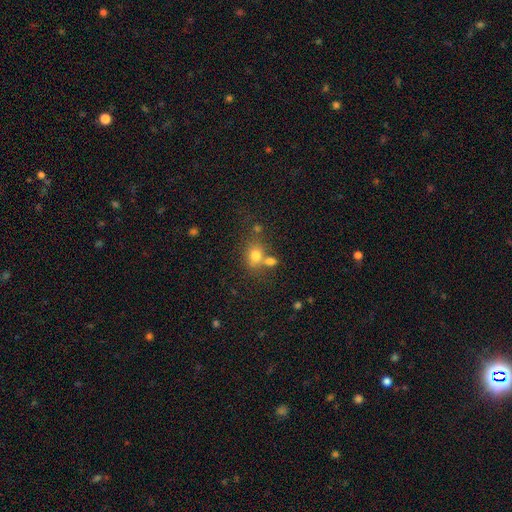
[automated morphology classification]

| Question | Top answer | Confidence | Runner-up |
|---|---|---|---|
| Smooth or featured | smooth | 75% | star or artifact (13%) |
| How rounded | in between | 50% | round (49%) |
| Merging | none | 47% | merger (34%) |